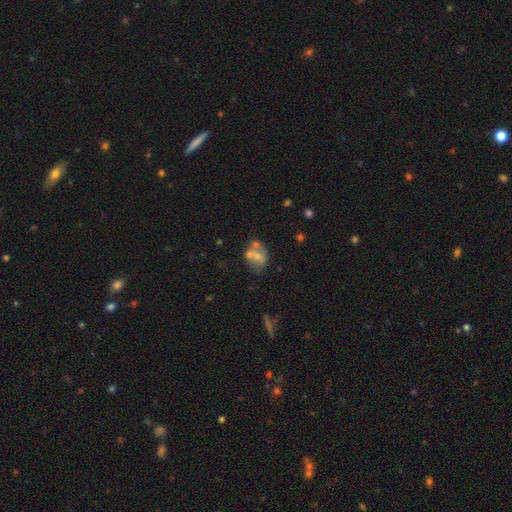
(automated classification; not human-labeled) This appears to be a smooth galaxy with no disk features (50%) that is in between round and cigar-shaped (60%). Merging: merger (38%).